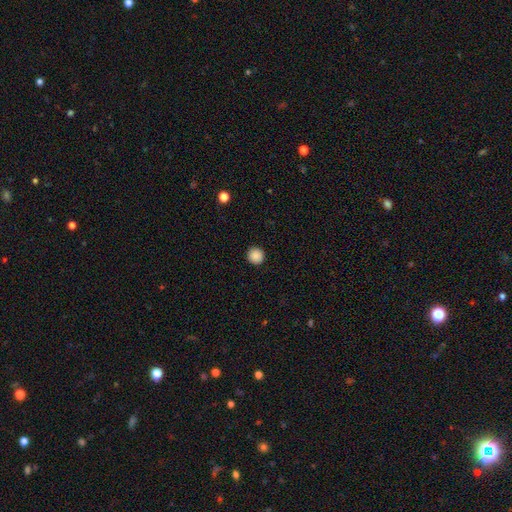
This is clearly a smooth galaxy (90%). How rounded: clearly round (100%). Merging: clearly none (89%).